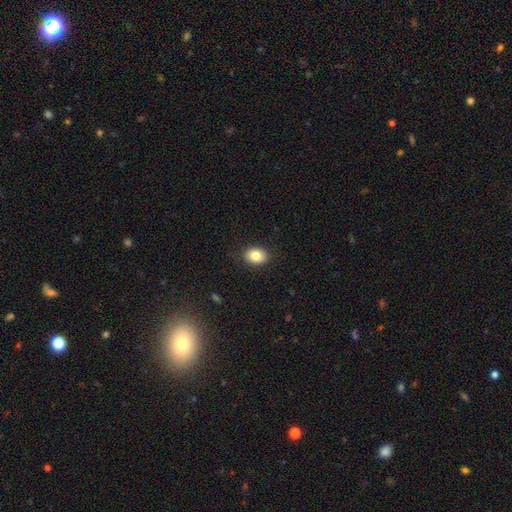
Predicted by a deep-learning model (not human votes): Overall: smooth (83%). How rounded: in between (70%). Merging: none (89%).